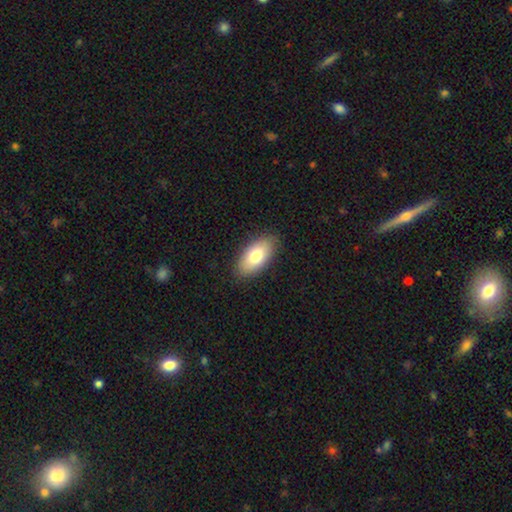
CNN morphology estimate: A smooth galaxy with no disk features (77%) that is in between round and cigar-shaped (93%).

Vote fractions:
- Smooth or featured? smooth: 77% / featured or disk: 17% / star or artifact: 6%
- How rounded? in between: 93% / cigar-shaped: 5% / round: 3%
- Merging? none: 87% / minor disturbance: 10% / major disturbance: 2% / merger: 1%